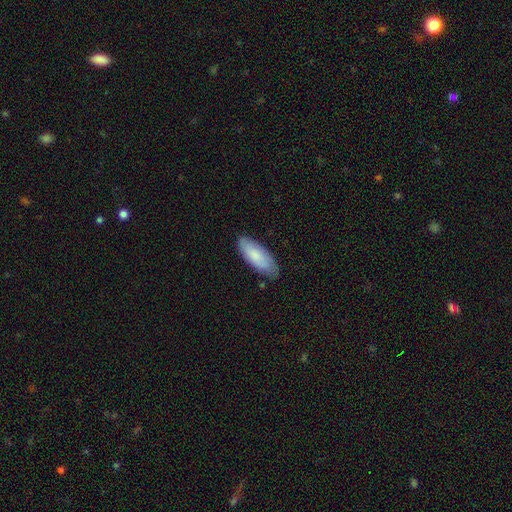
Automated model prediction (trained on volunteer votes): This is likely a smooth galaxy (79%). How rounded: likely in between (72%). Merging: likely none (79%).